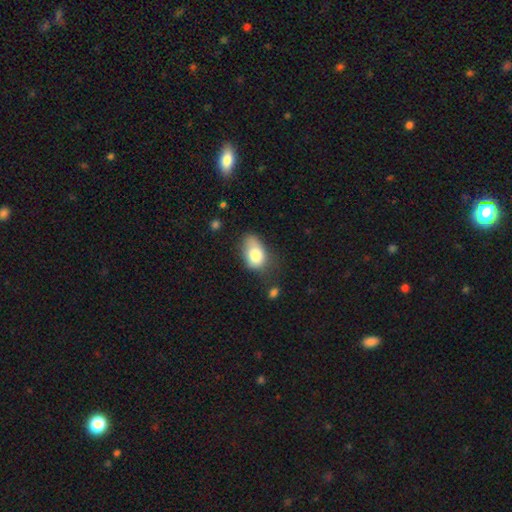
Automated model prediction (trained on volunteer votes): Smooth or featured?
  - smooth: 79% *
  - featured or disk: 13%
  - star or artifact: 8%
How rounded?
  - in between: 85% *
  - round: 14%
  - cigar-shaped: 1%
Merging?
  - minor disturbance: 39% *
  - none: 35%
  - major disturbance: 19%
  - merger: 7%